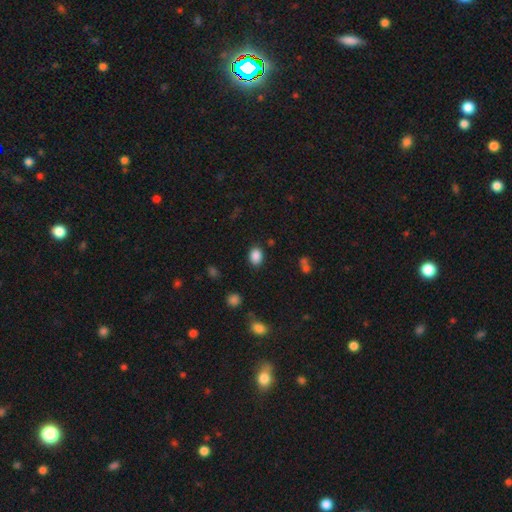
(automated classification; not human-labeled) Q: Smooth or featured?
A: smooth (87%); runner-up: star or artifact (9%)
Q: How rounded?
A: in between (70%); runner-up: round (29%)
Q: Merging?
A: none (84%); runner-up: minor disturbance (11%)